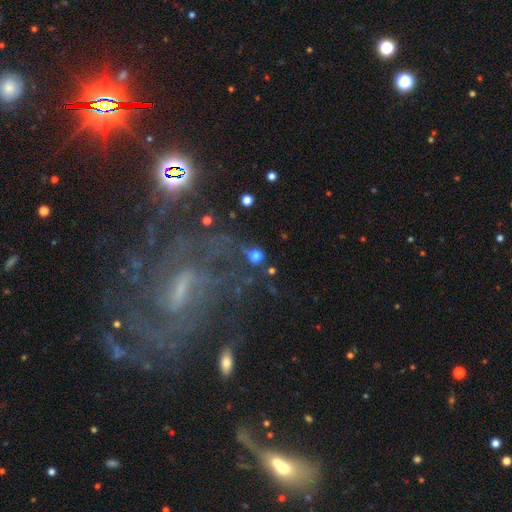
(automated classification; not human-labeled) This is likely a smooth galaxy (70%). How rounded: clearly round (89%). Merging: likely none (69%).